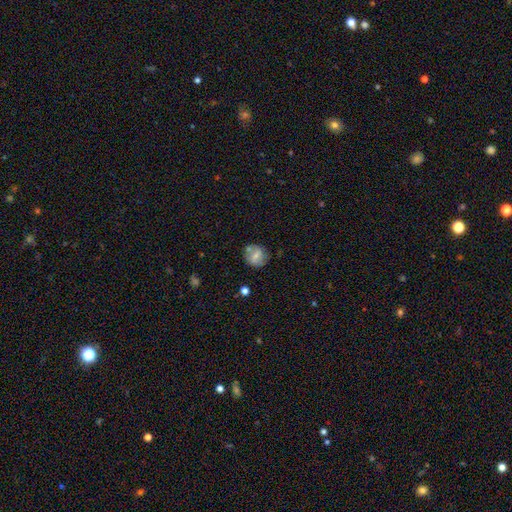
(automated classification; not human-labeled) smooth 59%, featured or disk 32%, star or artifact 9%. Down the decision tree: how rounded — round (82%); merging — none (70%).